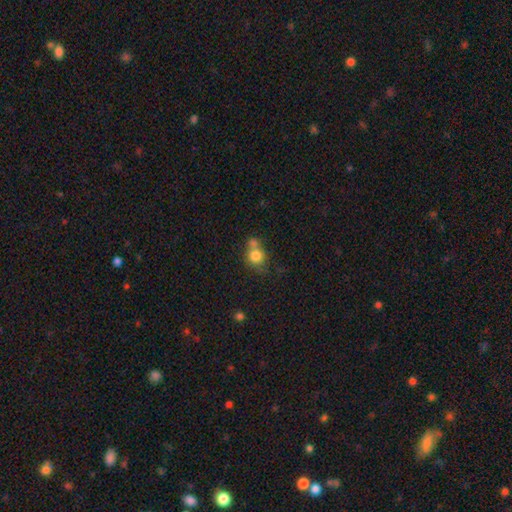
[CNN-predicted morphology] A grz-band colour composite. It shows a smooth galaxy with no disk features (79%) that is round (76%). Merging: merger (42%).